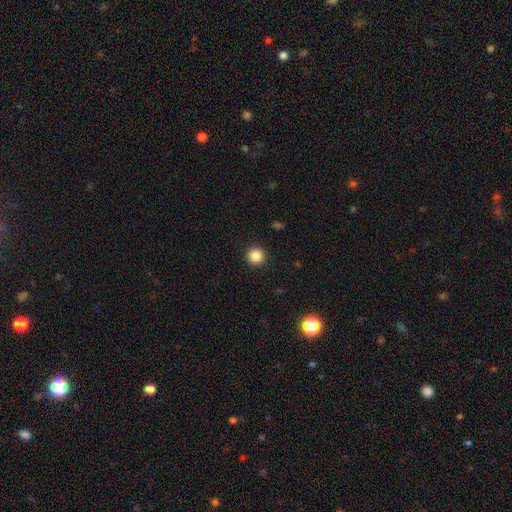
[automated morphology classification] smooth-or-featured: smooth: 85% | star or artifact: 11% | featured or disk: 4%
  how-rounded: round: 95% | in between: 4% | cigar-shaped: 1%
  merging: none: 93% | minor disturbance: 5% | major disturbance: 2% | merger: 1%